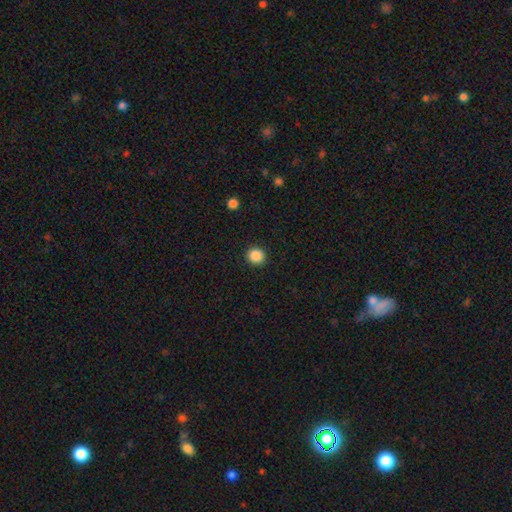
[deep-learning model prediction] This appears to be a smooth galaxy with no disk features (87%) that is round (90%). Merging: none (92%).